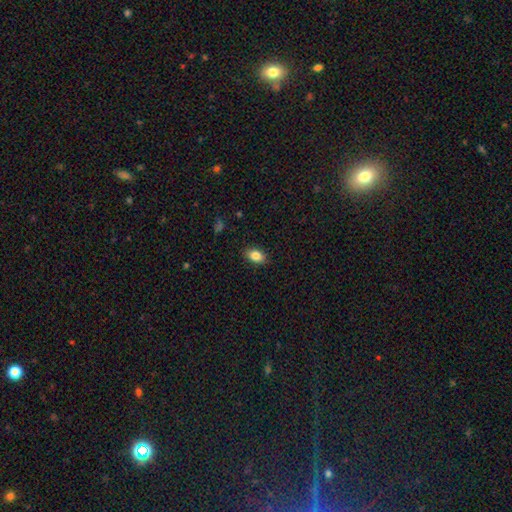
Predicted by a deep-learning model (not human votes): This is clearly a smooth galaxy (85%). How rounded: clearly in between (87%). Merging: clearly none (88%).